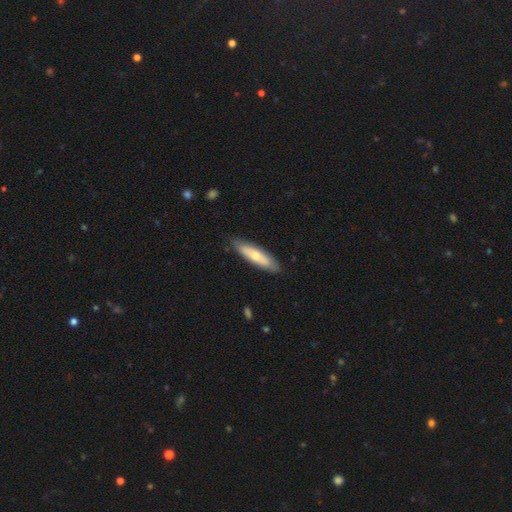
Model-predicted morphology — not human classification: smooth-or-featured: smooth: 56% | featured or disk: 39% | star or artifact: 5%
  how-rounded: cigar-shaped: 67% | in between: 31% | round: 2%
  merging: none: 84% | minor disturbance: 12% | major disturbance: 2% | merger: 1%